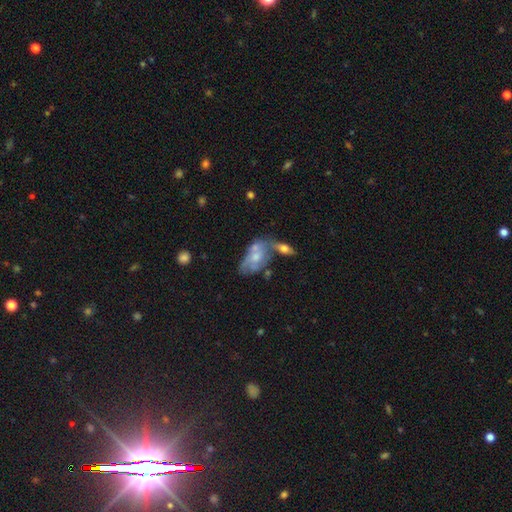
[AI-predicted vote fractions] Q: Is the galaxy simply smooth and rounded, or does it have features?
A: featured or disk — 50%.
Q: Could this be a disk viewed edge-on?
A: no — 91%.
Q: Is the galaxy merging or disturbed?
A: merger — 45%.